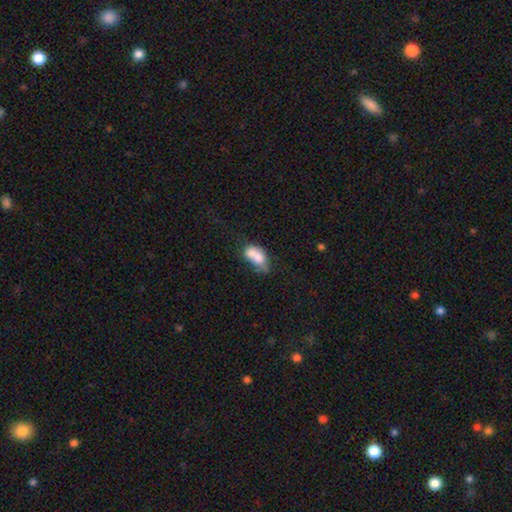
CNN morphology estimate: Smooth or featured?
  - smooth: 66% *
  - featured or disk: 25%
  - star or artifact: 9%
How rounded?
  - in between: 83% *
  - round: 12%
  - cigar-shaped: 5%
Merging?
  - merger: 47% *
  - none: 21%
  - minor disturbance: 18%
  - major disturbance: 14%